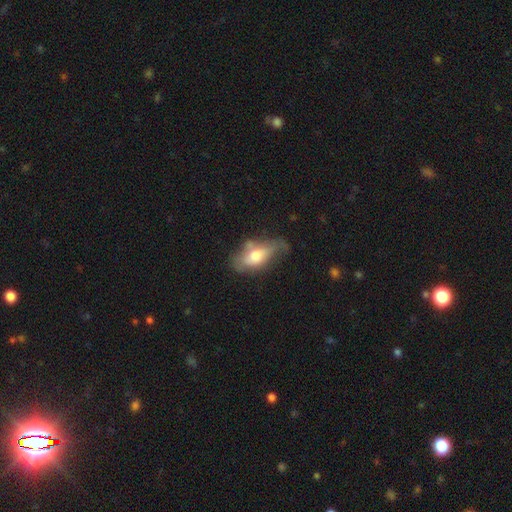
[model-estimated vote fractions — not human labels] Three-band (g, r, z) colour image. It shows a smooth galaxy with no disk features (61%) that is in between round and cigar-shaped (84%). Merging: none (37%).